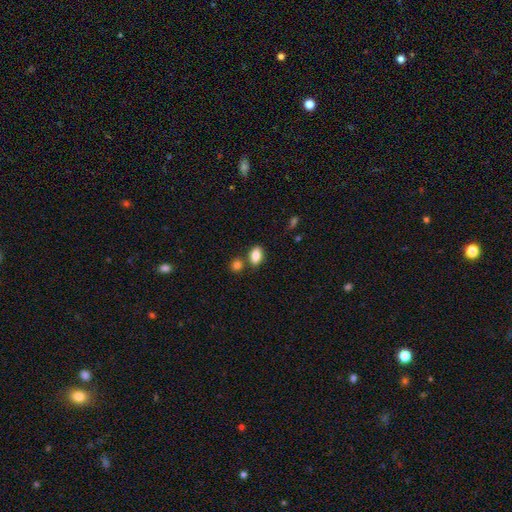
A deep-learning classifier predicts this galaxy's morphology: smooth 85%, star or artifact 8%, featured or disk 7%. Down the decision tree: how rounded — in between (86%); merging — none (72%).